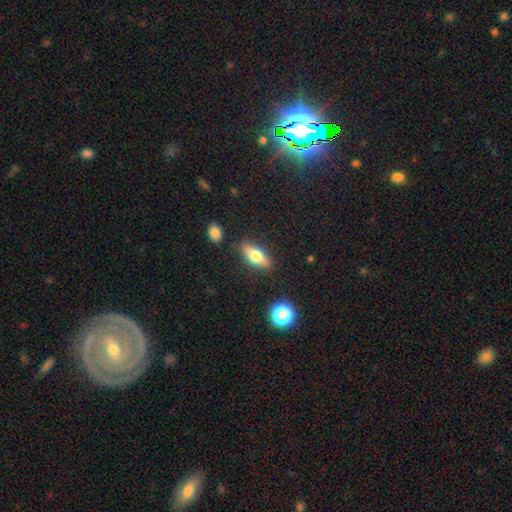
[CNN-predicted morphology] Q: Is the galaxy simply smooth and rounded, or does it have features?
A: smooth — 67%.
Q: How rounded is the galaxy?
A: in between — 65%.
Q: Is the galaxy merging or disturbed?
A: none — 84%.